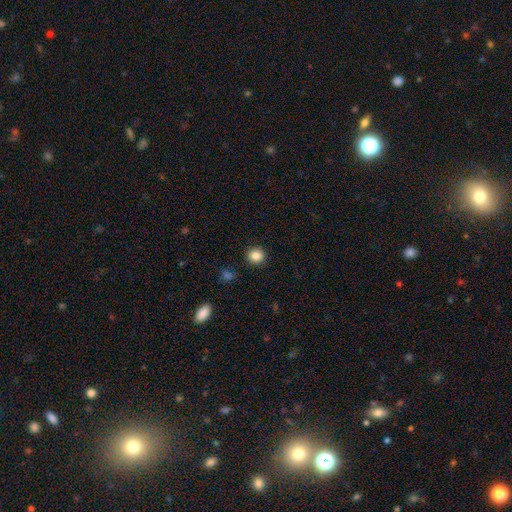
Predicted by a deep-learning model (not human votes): Smooth or featured? Predicted: smooth (p=0.85). How rounded? Predicted: round (p=0.90). Merging? Predicted: none (p=0.92).